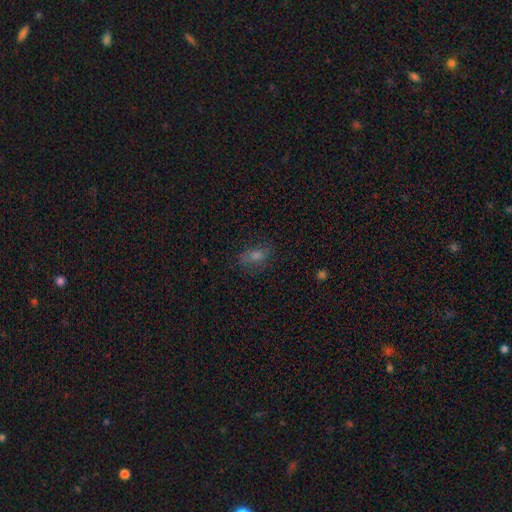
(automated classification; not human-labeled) Smooth or featured? Predicted: smooth (p=0.55). How rounded? Predicted: in between (p=0.75). Merging? Predicted: none (p=0.75).